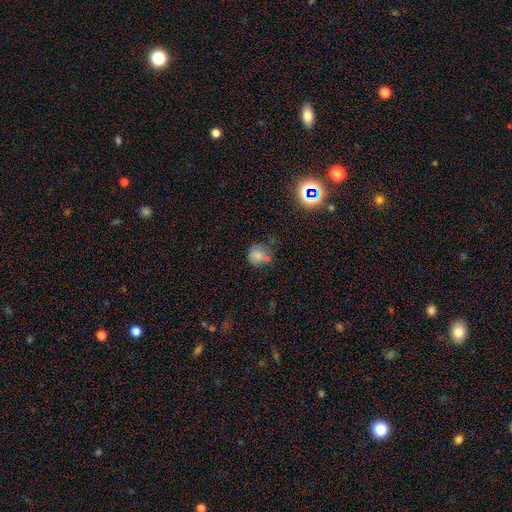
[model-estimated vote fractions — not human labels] Q: Smooth or featured?
A: smooth (72%); runner-up: star or artifact (14%)
Q: How rounded?
A: round (71%); runner-up: in between (28%)
Q: Merging?
A: none (45%); runner-up: minor disturbance (29%)